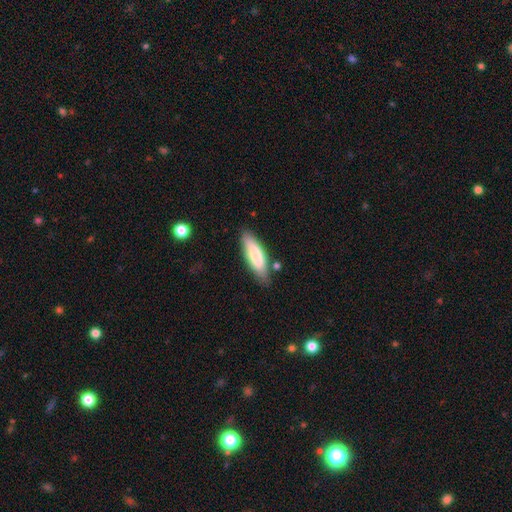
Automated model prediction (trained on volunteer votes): This is likely a smooth galaxy (80%). How rounded: possibly cigar-shaped (52%). Merging: likely none (78%).